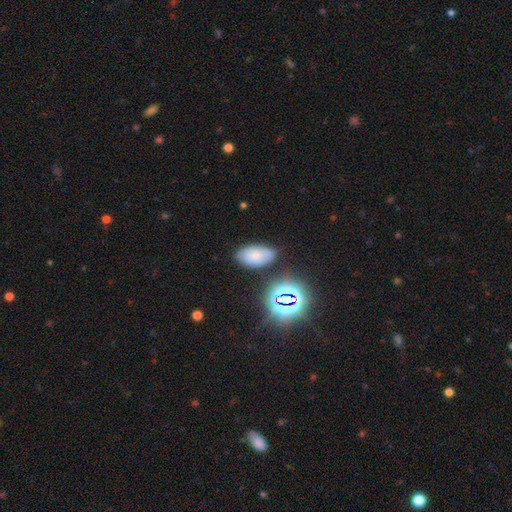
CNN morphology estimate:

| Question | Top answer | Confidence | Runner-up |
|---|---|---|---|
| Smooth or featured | smooth | 67% | star or artifact (17%) |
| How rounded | in between | 93% | round (5%) |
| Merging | none | 77% | minor disturbance (15%) |